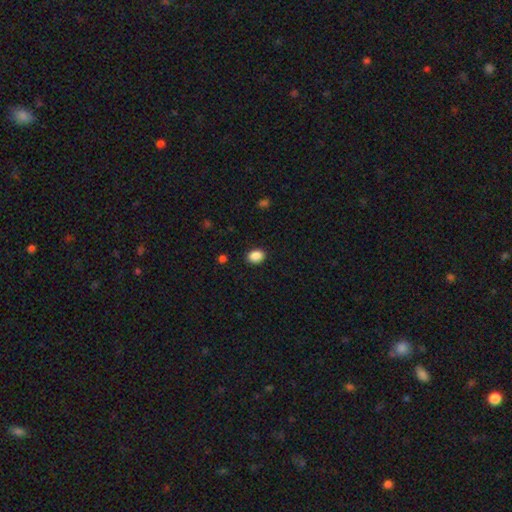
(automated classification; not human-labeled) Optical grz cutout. It shows a smooth galaxy with no disk features (89%) that is in between round and cigar-shaped (65%). Merging: none (89%).